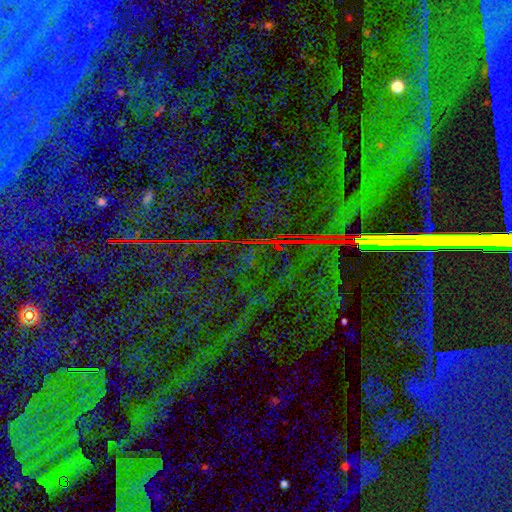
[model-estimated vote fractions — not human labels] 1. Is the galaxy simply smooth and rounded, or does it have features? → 83% star or artifact, 9% featured or disk, 8% smooth.